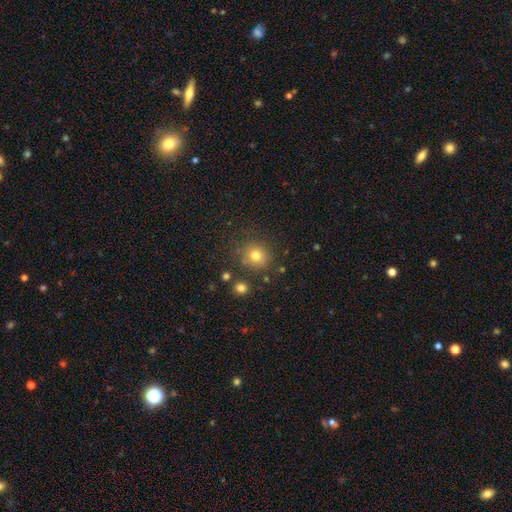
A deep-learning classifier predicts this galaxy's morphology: A smooth galaxy with no disk features (76%) that is round (86%).

Vote fractions:
- Smooth or featured? smooth: 76% / star or artifact: 15% / featured or disk: 9%
- How rounded? round: 86% / in between: 13% / cigar-shaped: 1%
- Merging? none: 81% / minor disturbance: 11% / merger: 5% / major disturbance: 4%